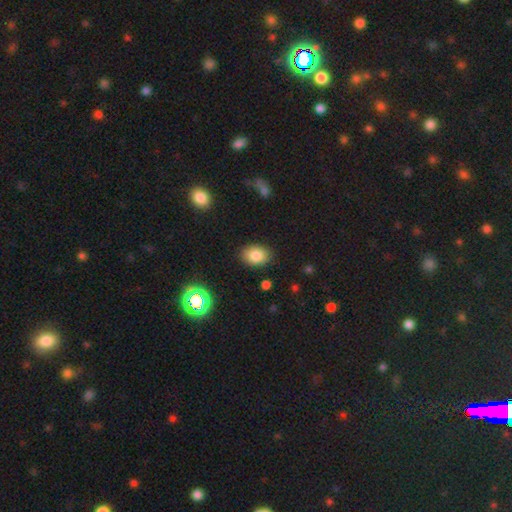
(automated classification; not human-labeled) This appears to be a smooth galaxy with no disk features (83%) that is in between round and cigar-shaped (76%). Merging: none (85%).